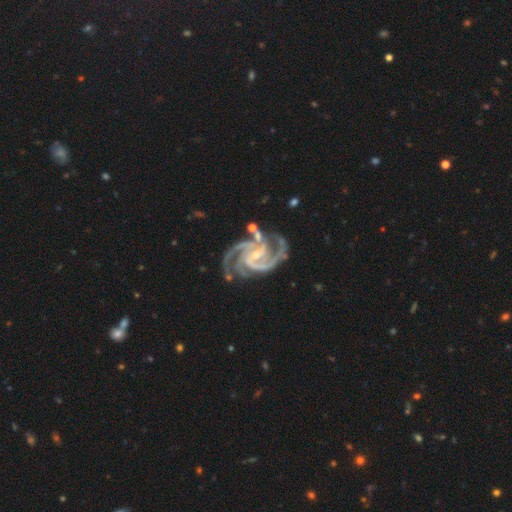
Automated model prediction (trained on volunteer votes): This appears to be a featured or disk galaxy (95%) with a weak bar (42%), 3 (45%) tight (49%) spiral arms (99%) and a small central bulge (74%). Merging: none (68%).